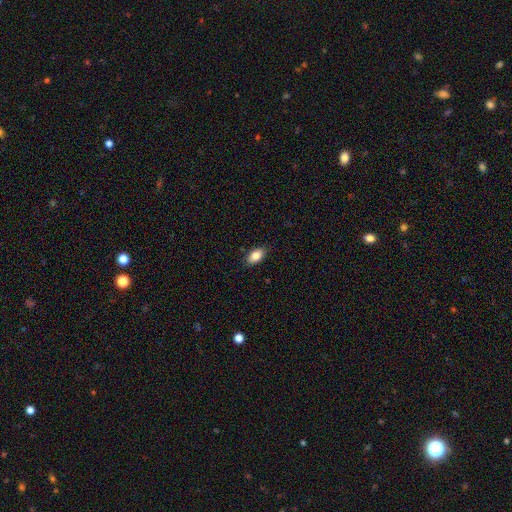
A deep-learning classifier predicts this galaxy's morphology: Smooth or featured? Predicted: smooth (p=0.85). How rounded? Predicted: in between (p=0.91). Merging? Predicted: none (p=0.86).